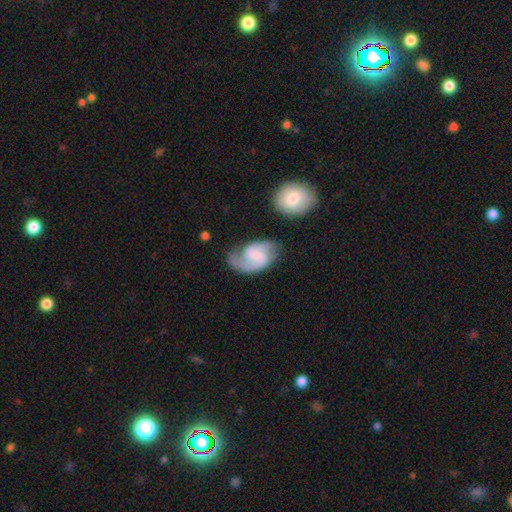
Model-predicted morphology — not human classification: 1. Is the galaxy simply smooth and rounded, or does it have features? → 80% featured or disk, 15% smooth, 6% star or artifact.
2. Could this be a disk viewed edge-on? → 98% no, 2% yes.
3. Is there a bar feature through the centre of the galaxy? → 54% weak, 31% no, 15% strong.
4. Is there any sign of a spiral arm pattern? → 95% yes, 5% no.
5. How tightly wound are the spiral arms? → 54% medium, 28% loose, 17% tight.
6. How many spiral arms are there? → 84% 2, 8% 1, 5% can't tell, 2% 3, 1% 4, 1% more than 4.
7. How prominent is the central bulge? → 40% small, 34% none, 20% moderate, 4% large, 1% dominant.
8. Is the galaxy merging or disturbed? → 63% none, 21% minor disturbance, 12% major disturbance, 5% merger.